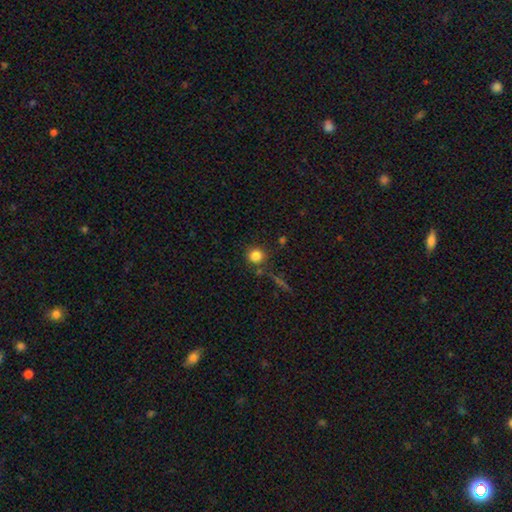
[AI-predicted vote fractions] Smooth or featured? Predicted: smooth (p=0.82). How rounded? Predicted: round (p=0.91). Merging? Predicted: none (p=0.79).